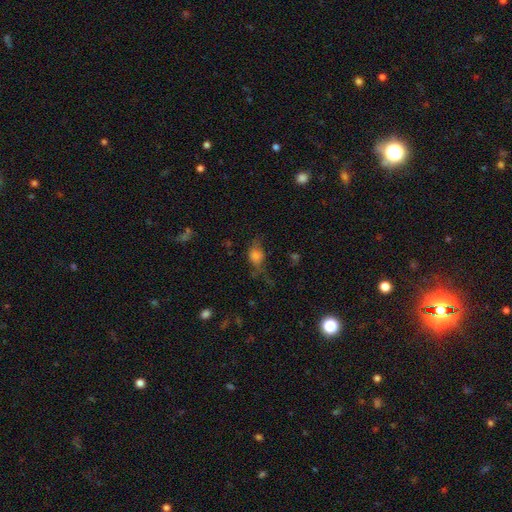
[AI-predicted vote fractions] smooth-or-featured: smooth: 70% | featured or disk: 17% | star or artifact: 13%
  how-rounded: in between: 69% | round: 27% | cigar-shaped: 4%
  merging: none: 47% | minor disturbance: 29% | major disturbance: 21% | merger: 4%